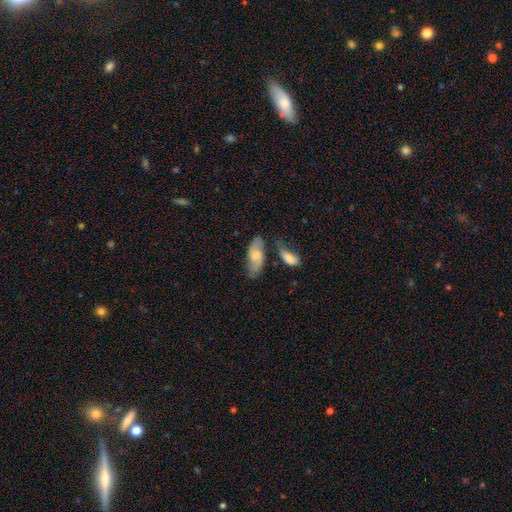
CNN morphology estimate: Overall: smooth (52%; featured or disk 41%). How rounded: in between (82%). Merging: none (58%; minor disturbance 20%).